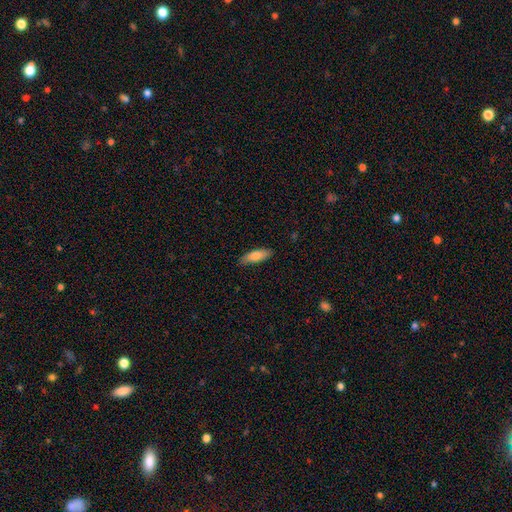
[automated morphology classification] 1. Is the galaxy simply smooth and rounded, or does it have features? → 78% smooth, 16% featured or disk, 6% star or artifact.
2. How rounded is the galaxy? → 58% in between, 40% cigar-shaped, 2% round.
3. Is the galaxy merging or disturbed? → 86% none, 11% minor disturbance, 2% major disturbance, 1% merger.